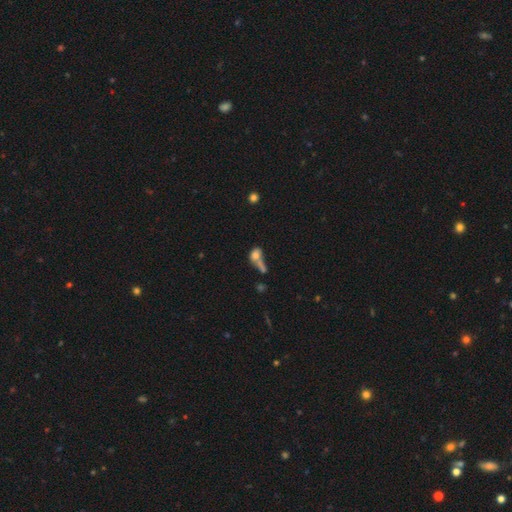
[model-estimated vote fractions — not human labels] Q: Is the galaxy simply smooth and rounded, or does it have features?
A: smooth — 66%.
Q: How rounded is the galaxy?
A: in between — 57%.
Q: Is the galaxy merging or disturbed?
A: merger — 51%.